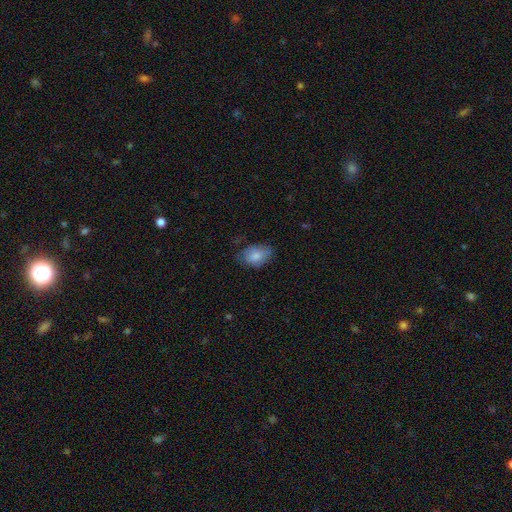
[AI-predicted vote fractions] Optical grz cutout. It shows a smooth galaxy with no disk features (81%) that is in between round and cigar-shaped (84%). Merging: none (58%).